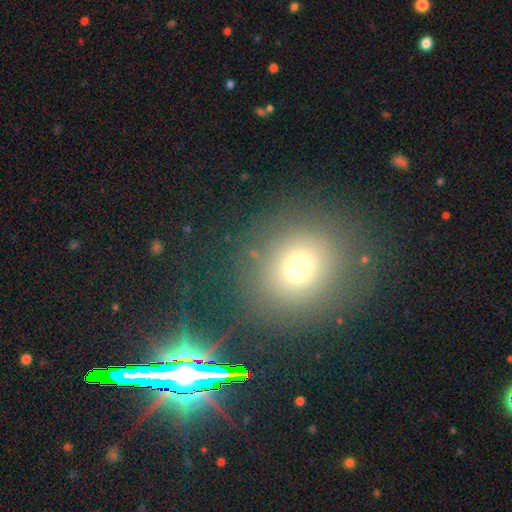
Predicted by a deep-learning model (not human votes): This is possibly a smooth galaxy (53%). How rounded: clearly round (86%). Merging: clearly none (86%).